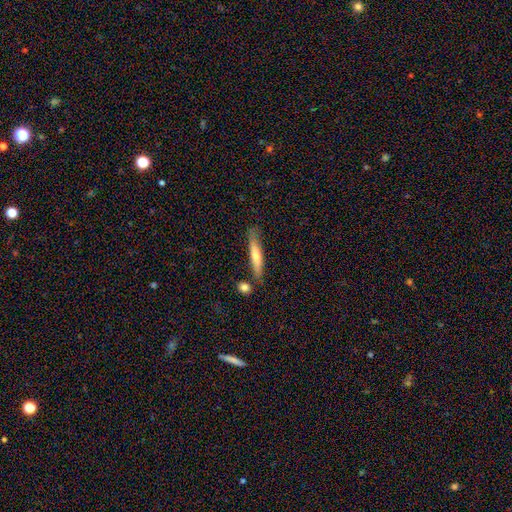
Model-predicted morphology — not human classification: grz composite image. It shows a smooth galaxy with no disk features (57%) that is cigar-shaped (90%). Merging: none (74%).